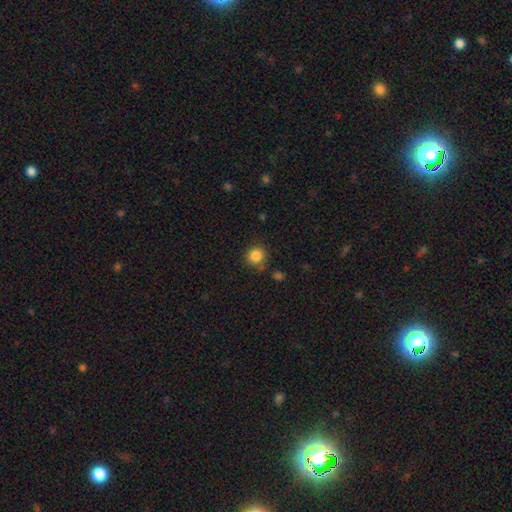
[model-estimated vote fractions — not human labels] Q: Smooth or featured?
A: smooth (85%); runner-up: star or artifact (11%)
Q: How rounded?
A: round (89%); runner-up: in between (11%)
Q: Merging?
A: none (81%); runner-up: minor disturbance (11%)